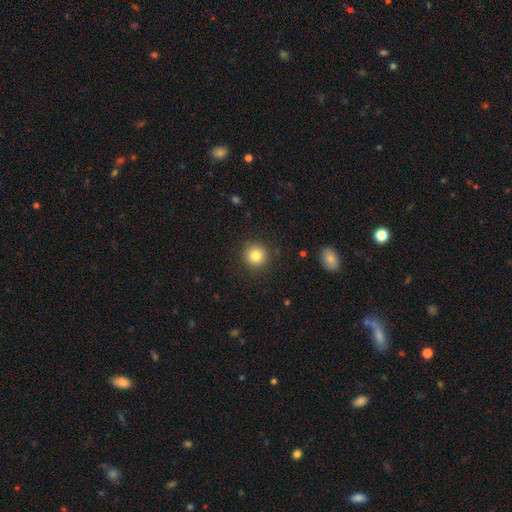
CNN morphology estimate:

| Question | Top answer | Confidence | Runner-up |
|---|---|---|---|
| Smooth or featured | smooth | 82% | star or artifact (11%) |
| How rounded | round | 94% | in between (5%) |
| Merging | none | 90% | minor disturbance (7%) |